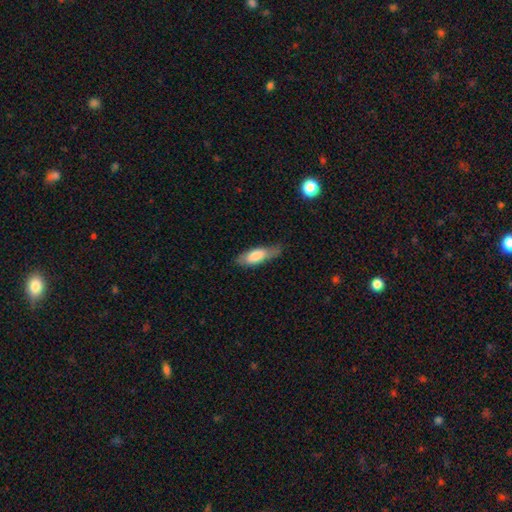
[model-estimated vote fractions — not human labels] A smooth galaxy with no disk features (75%) that is in between round and cigar-shaped (62%). Merging: none (63%).